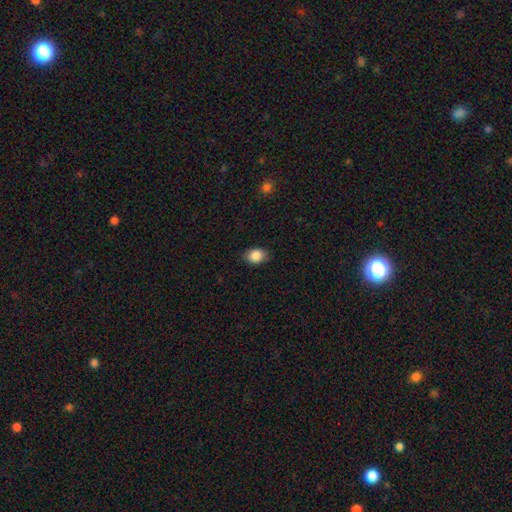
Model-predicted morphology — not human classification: Smooth or featured: smooth — 87% (star or artifact — 8%)
How rounded: in between — 74% (round — 25%)
Merging: none — 84% (minor disturbance — 12%)